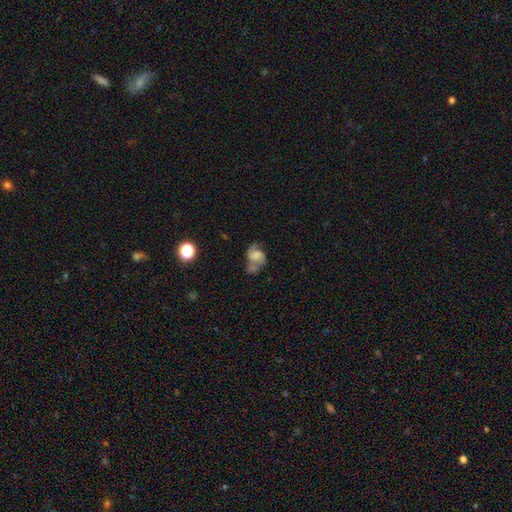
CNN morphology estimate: A featured or disk galaxy (51%).

Vote fractions:
- Smooth or featured? featured or disk: 51% / smooth: 38% / star or artifact: 11%
- Edge-on disk? no: 97% / yes: 3%
- Merging? none: 32% / merger: 28% / minor disturbance: 20% / major disturbance: 20%